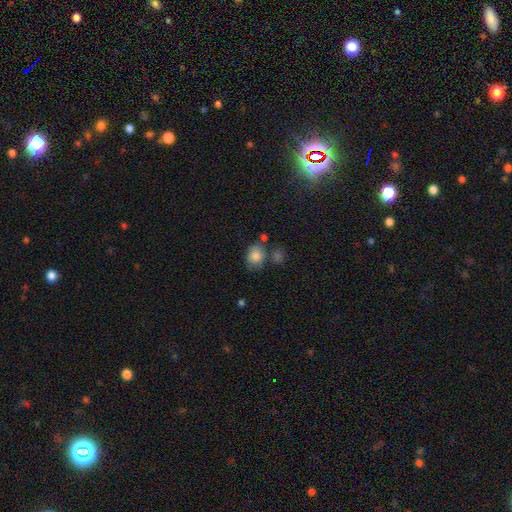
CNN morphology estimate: smooth 84%, star or artifact 9%, featured or disk 7%. Down the decision tree: how rounded — round (51%); merging — none (60%).